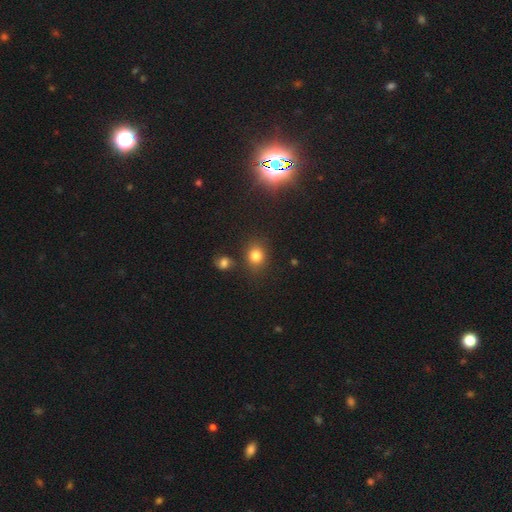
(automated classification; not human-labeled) This appears to be a smooth galaxy with no disk features (79%) that is round (71%). Merging: none (79%).